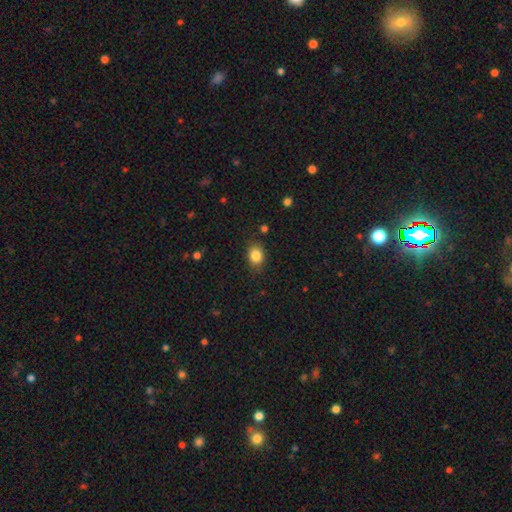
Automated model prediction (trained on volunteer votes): A smooth galaxy with no disk features (85%) that is in between round and cigar-shaped (54%). Merging: none (84%).